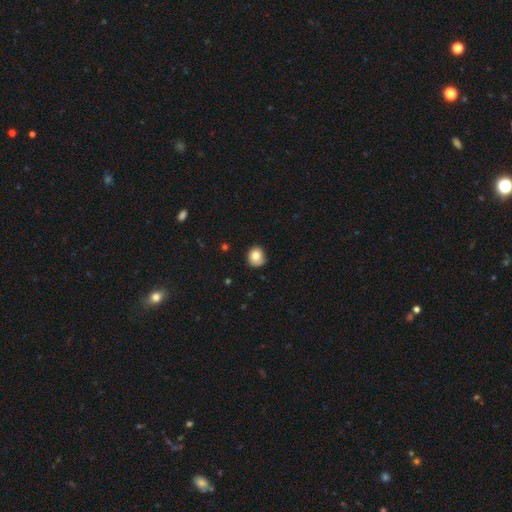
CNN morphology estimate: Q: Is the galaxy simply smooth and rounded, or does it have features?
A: smooth — 80%.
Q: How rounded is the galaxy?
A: round — 82%.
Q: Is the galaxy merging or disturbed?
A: none — 79%.